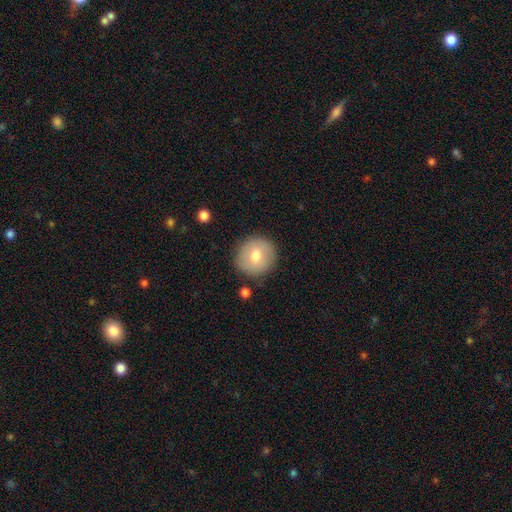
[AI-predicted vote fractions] Smooth or featured: smooth — 71% (featured or disk — 21%)
How rounded: round — 93% (in between — 6%)
Merging: none — 86% (minor disturbance — 9%)